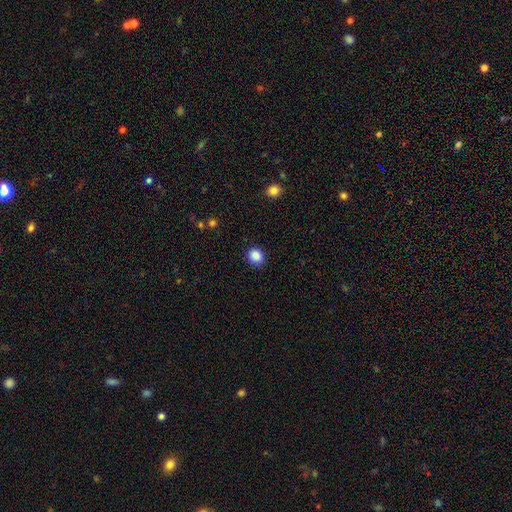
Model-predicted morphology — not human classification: smooth-or-featured: smooth: 87% | star or artifact: 9% | featured or disk: 3%
  how-rounded: round: 67% | in between: 32% | cigar-shaped: 1%
  merging: none: 89% | minor disturbance: 8% | major disturbance: 2% | merger: 1%